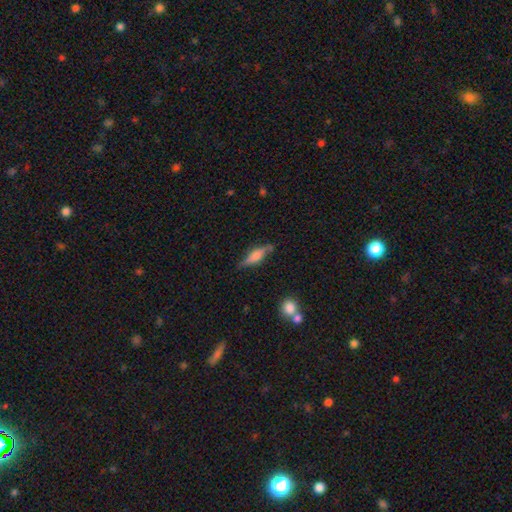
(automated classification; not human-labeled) Smooth or featured?
  - featured or disk: 48% *
  - smooth: 45%
  - star or artifact: 8%
Merging?
  - none: 75% *
  - minor disturbance: 17%
  - major disturbance: 4%
  - merger: 4%